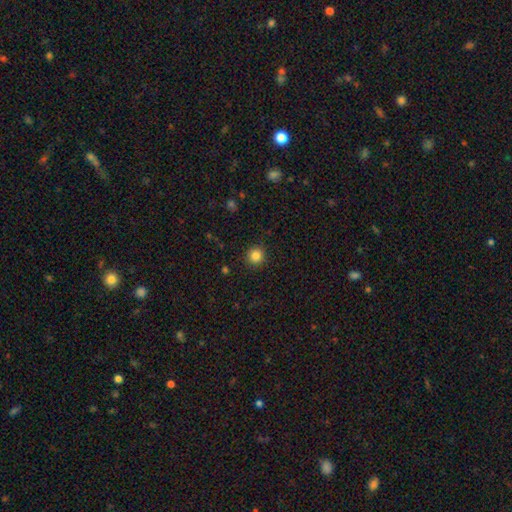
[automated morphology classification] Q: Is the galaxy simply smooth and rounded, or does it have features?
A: smooth — 84%.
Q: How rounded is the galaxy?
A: round — 92%.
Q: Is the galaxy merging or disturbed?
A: none — 90%.